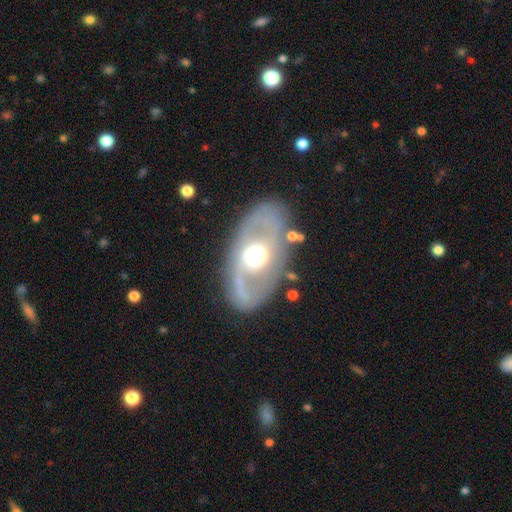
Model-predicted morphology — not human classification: Smooth or featured? featured or disk (75%)
Edge-on disk? no (92%)
Bar? no (55%)
Spiral arms? yes (59%)
Bulge size? moderate (63%)
Merging? none (78%)